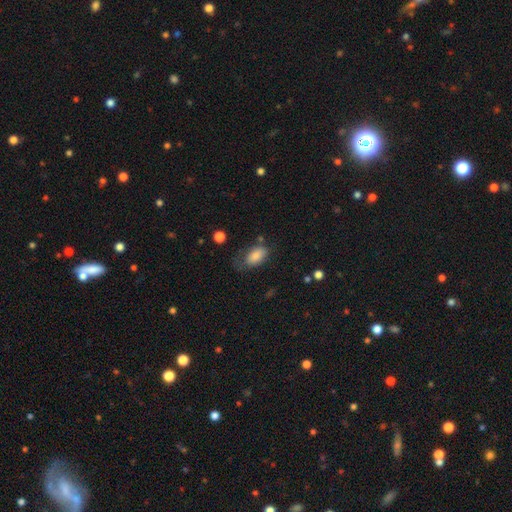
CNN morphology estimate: A smooth galaxy with no disk features (83%) that is in between round and cigar-shaped (92%). Merging: none (48%).